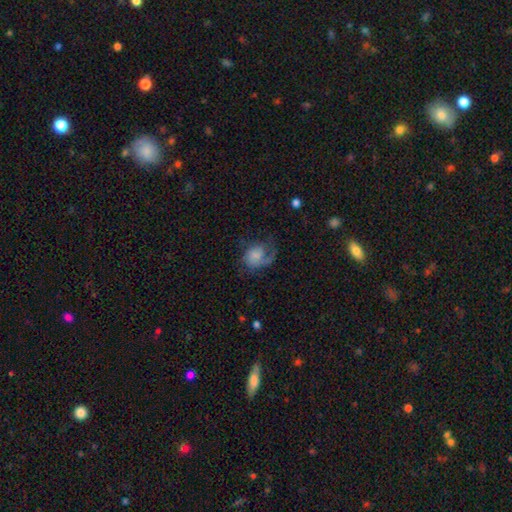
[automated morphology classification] This appears to be a featured or disk galaxy (49%). Merging: none (40%).